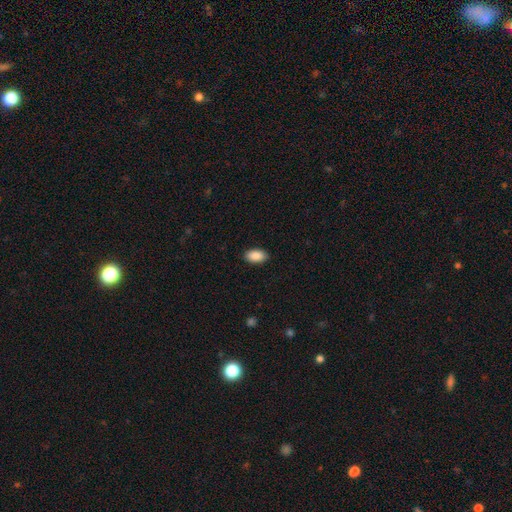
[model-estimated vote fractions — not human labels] Smooth or featured?
  - smooth: 90% *
  - star or artifact: 7%
  - featured or disk: 4%
How rounded?
  - in between: 94% *
  - round: 4%
  - cigar-shaped: 2%
Merging?
  - none: 89% *
  - minor disturbance: 8%
  - major disturbance: 2%
  - merger: 1%